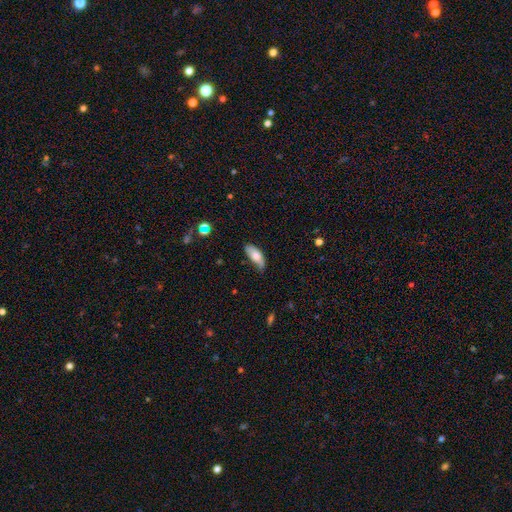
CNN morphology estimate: smooth 72%, featured or disk 21%, star or artifact 6%. Down the decision tree: how rounded — in between (80%); merging — none (52%).